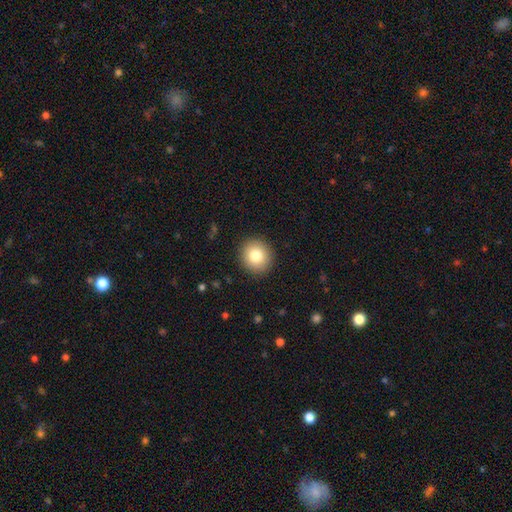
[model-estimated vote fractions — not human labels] This is clearly a smooth galaxy (80%). How rounded: clearly round (87%). Merging: clearly none (91%).